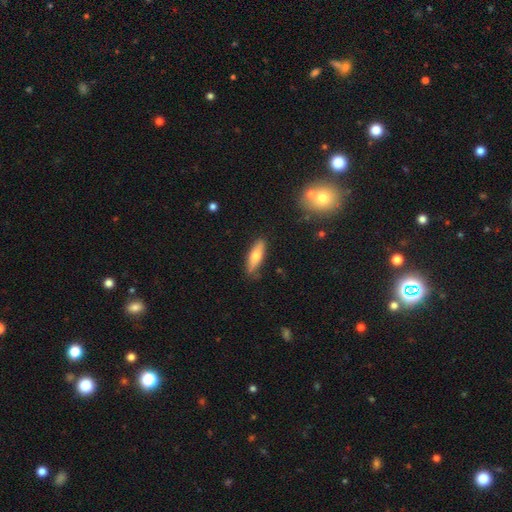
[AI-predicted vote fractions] Q: Smooth or featured?
A: smooth (65%); runner-up: featured or disk (29%)
Q: How rounded?
A: cigar-shaped (56%); runner-up: in between (42%)
Q: Merging?
A: none (83%); runner-up: minor disturbance (13%)